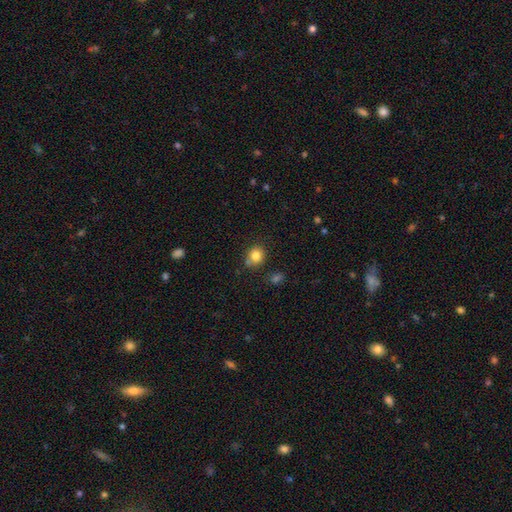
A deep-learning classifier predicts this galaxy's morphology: Smooth or featured? Predicted: smooth (p=0.82). How rounded? Predicted: round (p=0.76). Merging? Predicted: none (p=0.72).